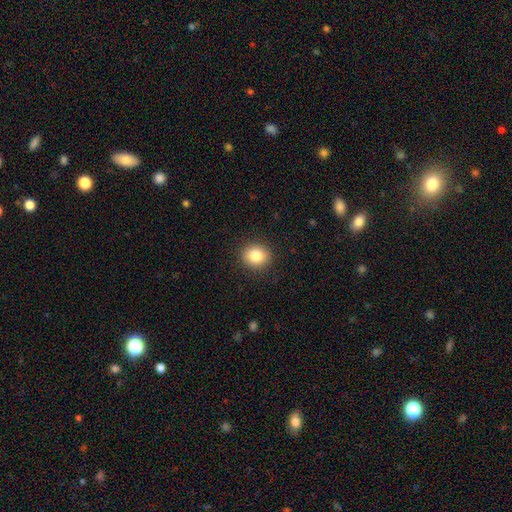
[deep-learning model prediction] The model was most divided on "how rounded": round: 77%, in between: 22%, cigar-shaped: 1%. More confident: merging — none (90%); smooth or featured — smooth (84%).